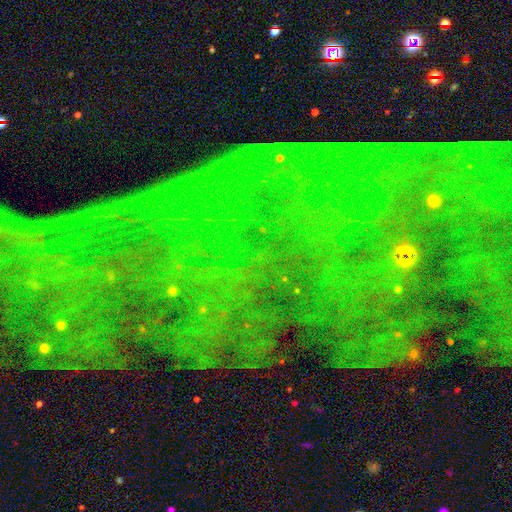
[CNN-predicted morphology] This is clearly a star or artifact rather than a galaxy (82%).